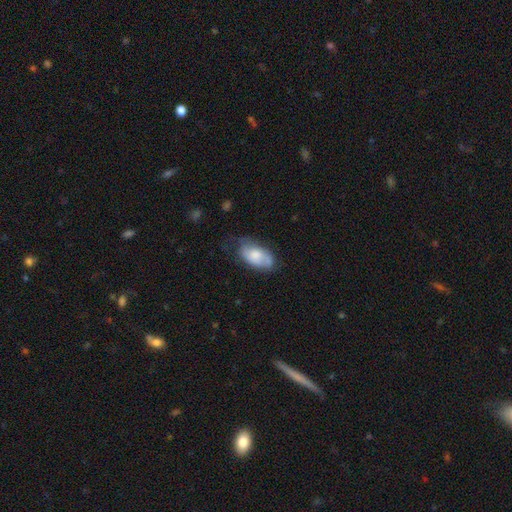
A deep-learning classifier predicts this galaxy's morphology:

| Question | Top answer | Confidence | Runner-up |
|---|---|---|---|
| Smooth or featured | smooth | 64% | featured or disk (29%) |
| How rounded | in between | 94% | round (4%) |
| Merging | none | 51% | minor disturbance (33%) |